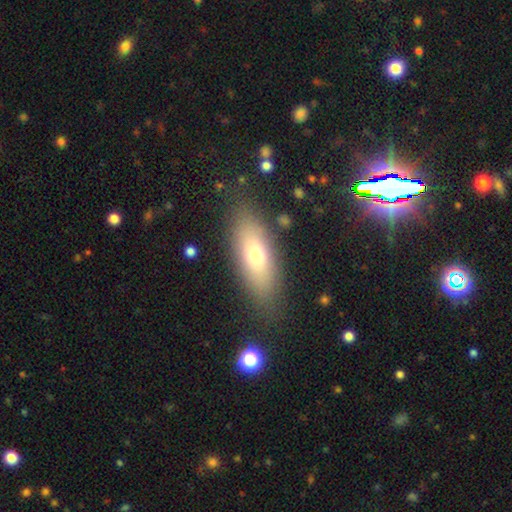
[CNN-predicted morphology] Smooth or featured? smooth (66%)
How rounded? in between (67%)
Merging? none (82%)